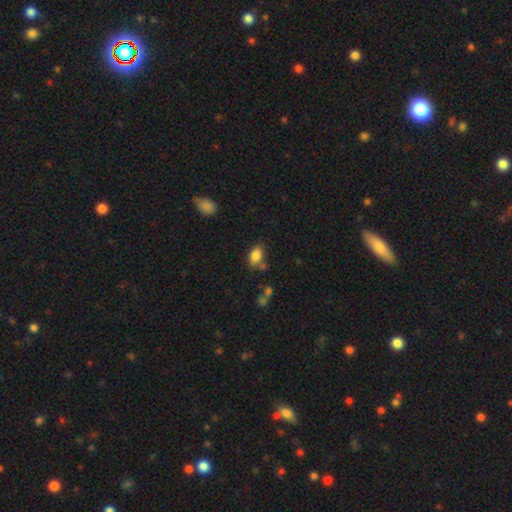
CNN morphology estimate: Smooth or featured? smooth (85%)
How rounded? in between (87%)
Merging? none (67%)